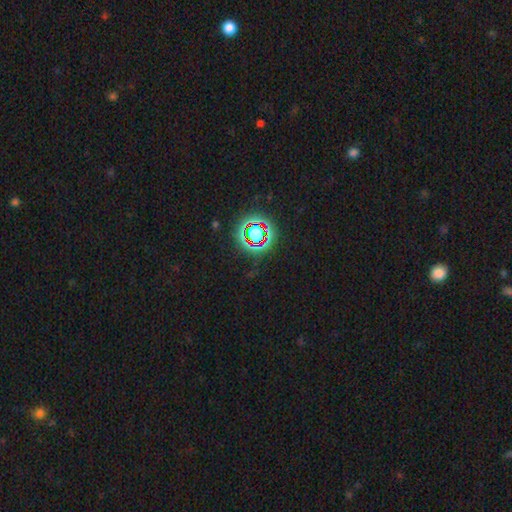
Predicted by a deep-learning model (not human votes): star or artifact 77%, smooth 14%, featured or disk 9%.